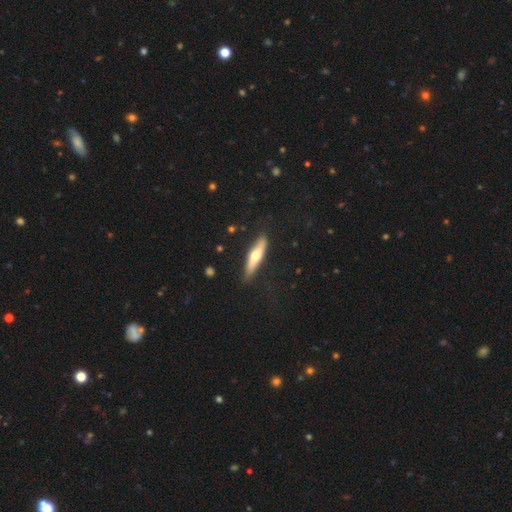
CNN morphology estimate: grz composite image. It shows a smooth galaxy with no disk features (52%) that is cigar-shaped (75%). Merging: none (82%).